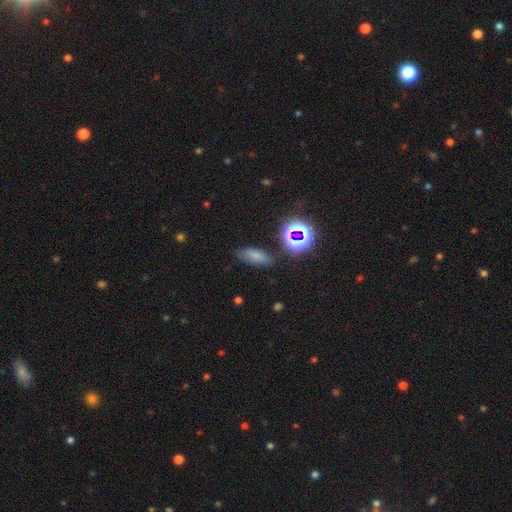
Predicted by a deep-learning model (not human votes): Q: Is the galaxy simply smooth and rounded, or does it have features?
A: smooth — 70%.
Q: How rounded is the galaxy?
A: in between — 76%.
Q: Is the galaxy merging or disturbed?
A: none — 75%.